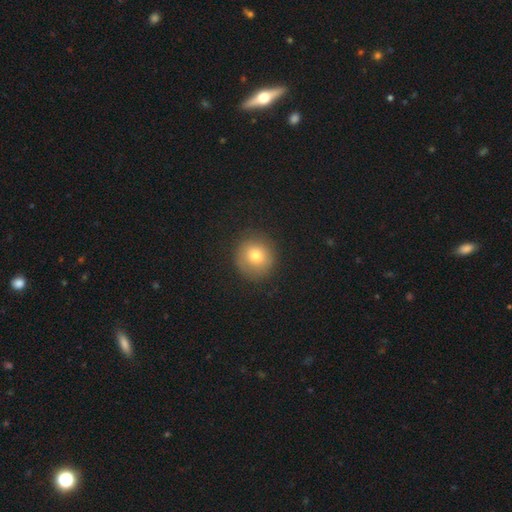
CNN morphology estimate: Q: Smooth or featured?
A: smooth (75%); runner-up: featured or disk (13%)
Q: How rounded?
A: round (93%); runner-up: in between (6%)
Q: Merging?
A: none (88%); runner-up: minor disturbance (8%)